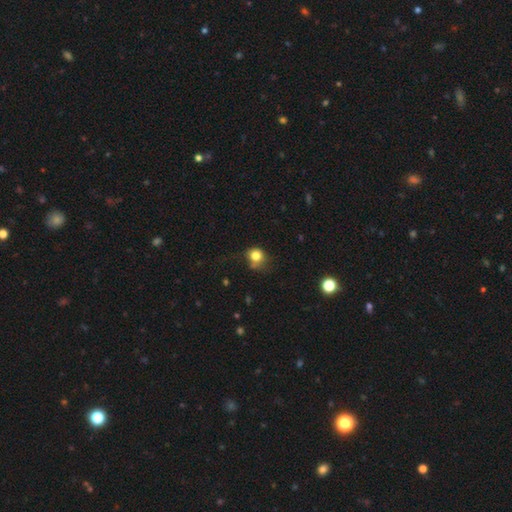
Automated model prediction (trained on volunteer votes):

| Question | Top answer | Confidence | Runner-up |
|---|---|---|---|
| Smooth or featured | smooth | 79% | star or artifact (12%) |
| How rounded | round | 78% | in between (21%) |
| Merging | none | 50% | minor disturbance (30%) |